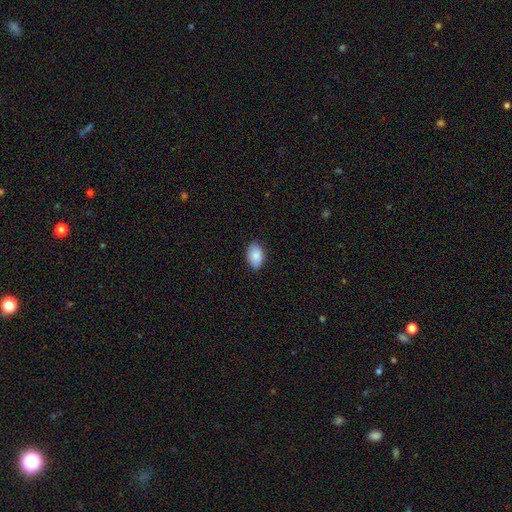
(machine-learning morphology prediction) smooth 87%, star or artifact 7%, featured or disk 6%. Down the decision tree: how rounded — in between (91%); merging — none (84%).